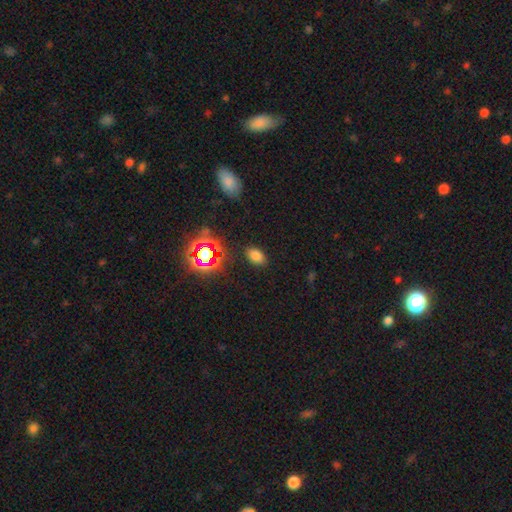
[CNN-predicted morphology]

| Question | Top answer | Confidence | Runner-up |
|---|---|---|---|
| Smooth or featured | smooth | 72% | star or artifact (22%) |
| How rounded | in between | 86% | round (13%) |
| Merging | none | 85% | minor disturbance (10%) |